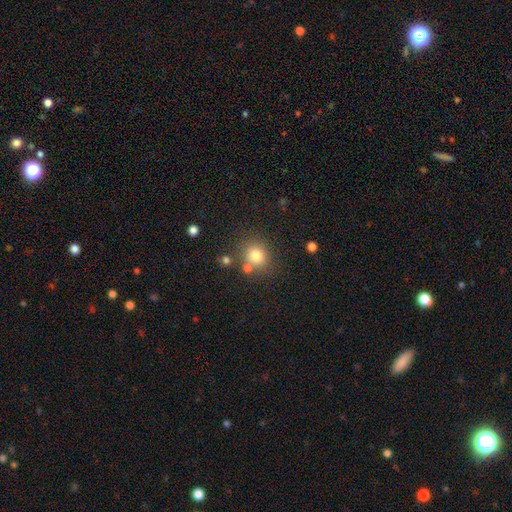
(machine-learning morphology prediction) smooth-or-featured: smooth: 79% | star or artifact: 13% | featured or disk: 8%
  how-rounded: round: 84% | in between: 15% | cigar-shaped: 1%
  merging: none: 72% | merger: 13% | minor disturbance: 11% | major disturbance: 4%